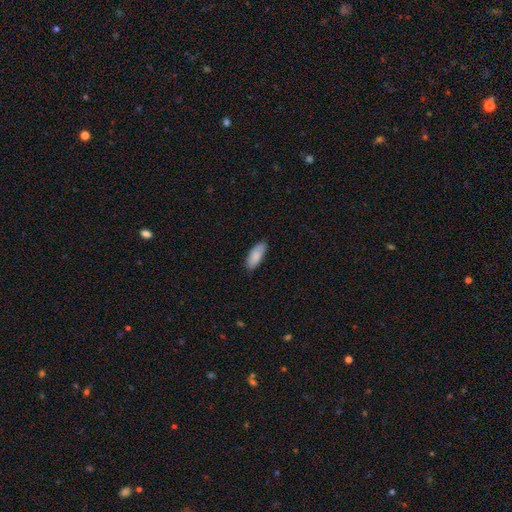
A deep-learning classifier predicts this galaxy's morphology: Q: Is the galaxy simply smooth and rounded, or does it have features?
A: smooth — 87%.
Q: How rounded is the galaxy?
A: in between — 83%.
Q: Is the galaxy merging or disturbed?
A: none — 82%.